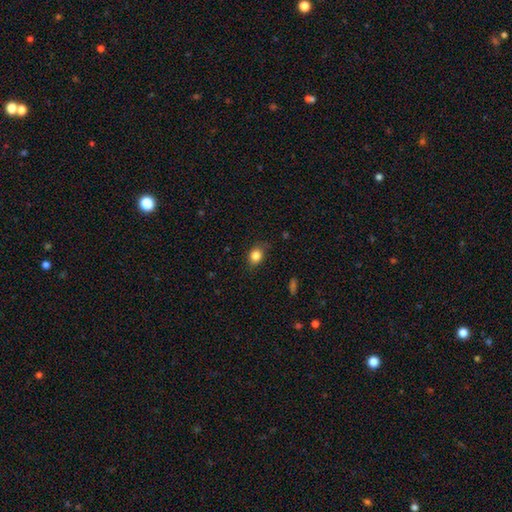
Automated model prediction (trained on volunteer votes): Smooth or featured? smooth (84%)
How rounded? in between (50%)
Merging? none (79%)